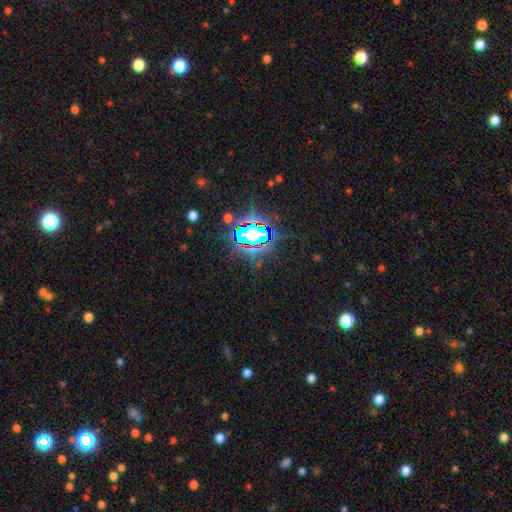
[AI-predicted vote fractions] Smooth or featured? Predicted: star or artifact (p=0.79).